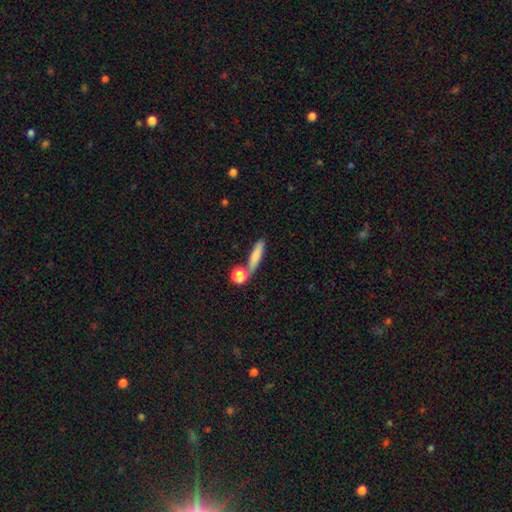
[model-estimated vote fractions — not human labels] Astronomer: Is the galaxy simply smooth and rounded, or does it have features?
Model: smooth — 76%.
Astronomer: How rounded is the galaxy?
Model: cigar-shaped — 73%.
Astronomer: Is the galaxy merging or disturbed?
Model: none — 65%.